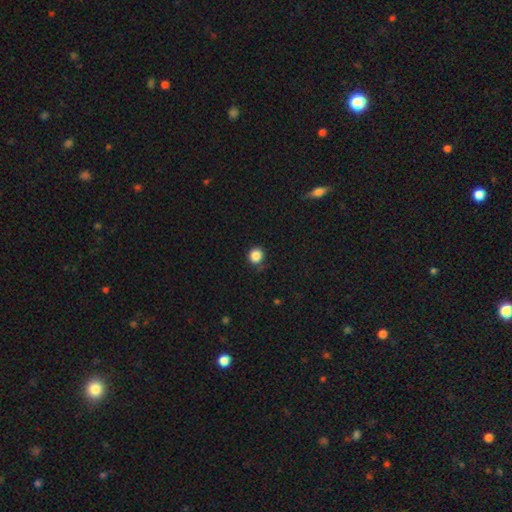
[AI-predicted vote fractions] Smooth or featured: smooth — 86% (star or artifact — 11%)
How rounded: round — 91% (in between — 8%)
Merging: none — 80% (minor disturbance — 15%)